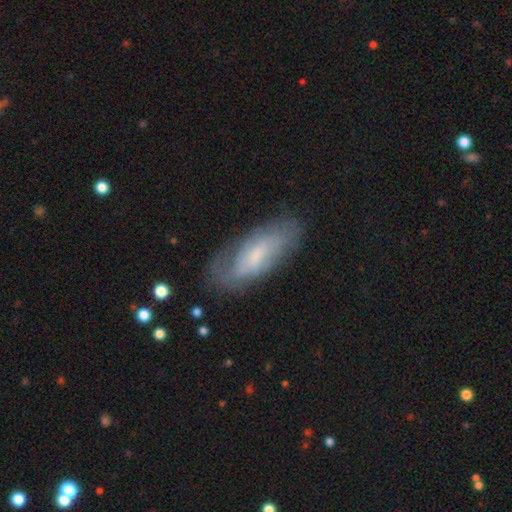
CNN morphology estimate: A smooth galaxy with no disk features (49%).

Vote fractions:
- Smooth or featured? smooth: 49% / featured or disk: 44% / star or artifact: 7%
- Merging? none: 67% / minor disturbance: 22% / major disturbance: 9% / merger: 2%